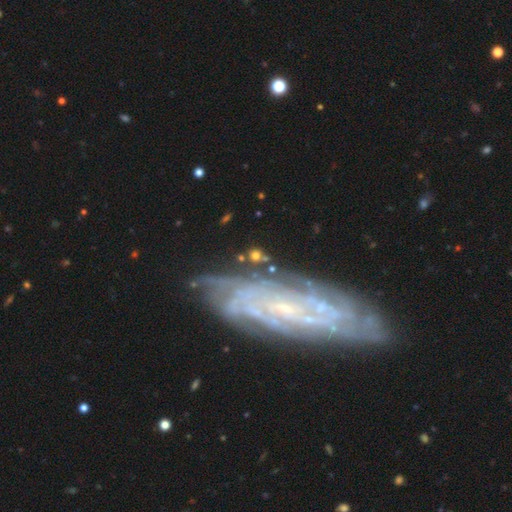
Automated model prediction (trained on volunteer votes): This appears to be a featured or disk galaxy (45%). Merging: none (72%).